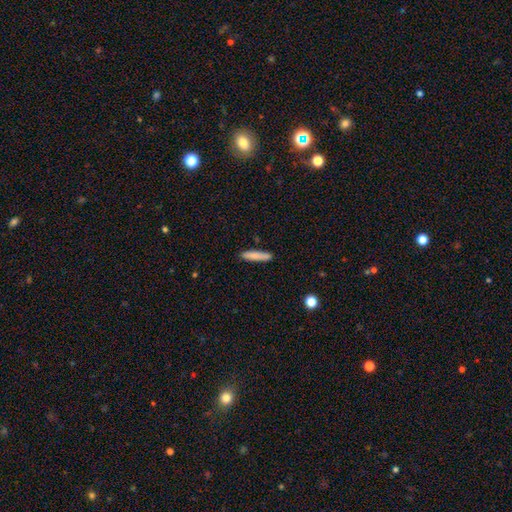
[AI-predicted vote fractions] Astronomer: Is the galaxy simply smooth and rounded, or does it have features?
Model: smooth — 84%.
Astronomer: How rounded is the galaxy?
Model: cigar-shaped — 87%.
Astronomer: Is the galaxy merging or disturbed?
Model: none — 87%.